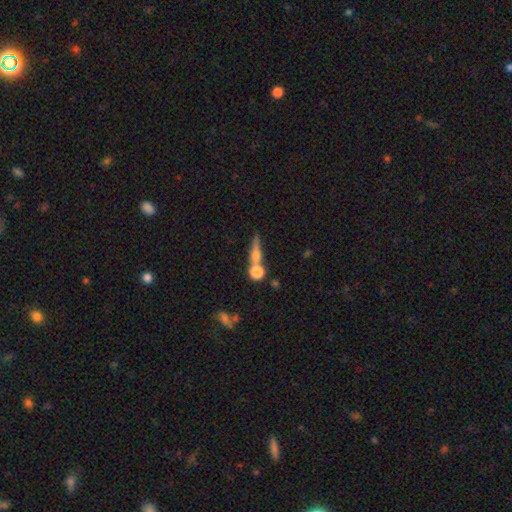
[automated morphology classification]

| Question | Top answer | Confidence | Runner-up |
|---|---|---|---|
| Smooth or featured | smooth | 57% | featured or disk (30%) |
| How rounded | cigar-shaped | 47% | round (34%) |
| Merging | none | 44% | merger (34%) |